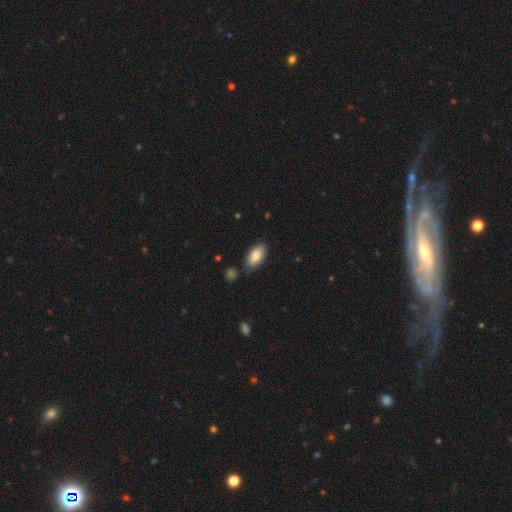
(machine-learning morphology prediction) smooth_or_featured: smooth (p=0.85) [alt: featured or disk p=0.08]
how_rounded: in between (p=0.92) [alt: cigar-shaped p=0.05]
merging: none (p=0.81) [alt: minor disturbance p=0.13]